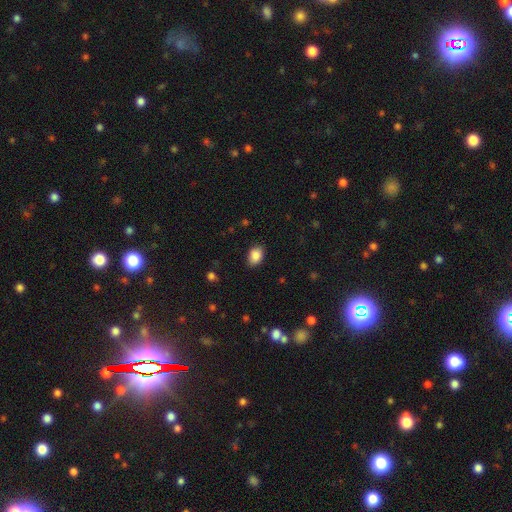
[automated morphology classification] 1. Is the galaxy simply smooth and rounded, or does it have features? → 88% smooth, 8% star or artifact, 4% featured or disk.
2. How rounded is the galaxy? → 80% in between, 19% round, 1% cigar-shaped.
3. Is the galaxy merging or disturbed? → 86% none, 11% minor disturbance, 2% major disturbance, 1% merger.